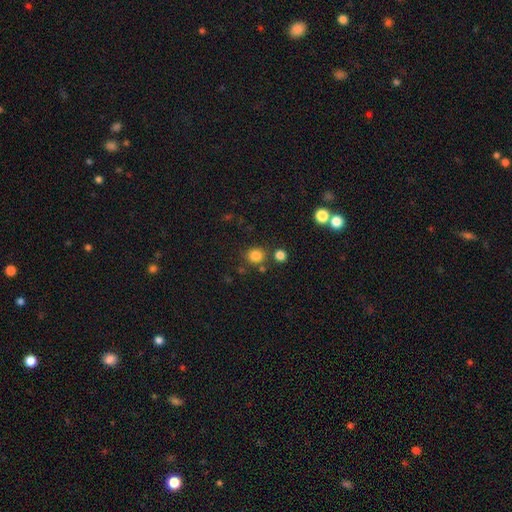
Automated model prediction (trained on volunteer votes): smooth-or-featured: smooth: 82% | star or artifact: 13% | featured or disk: 5%
  how-rounded: round: 83% | in between: 16% | cigar-shaped: 1%
  merging: none: 77% | merger: 10% | minor disturbance: 9% | major disturbance: 3%